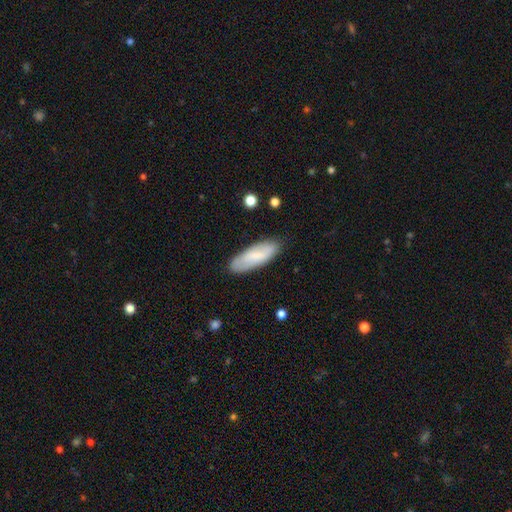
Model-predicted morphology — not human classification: smooth-or-featured: smooth: 73% | featured or disk: 21% | star or artifact: 6%
  how-rounded: in between: 59% | cigar-shaped: 40% | round: 2%
  merging: none: 85% | minor disturbance: 11% | major disturbance: 2% | merger: 1%